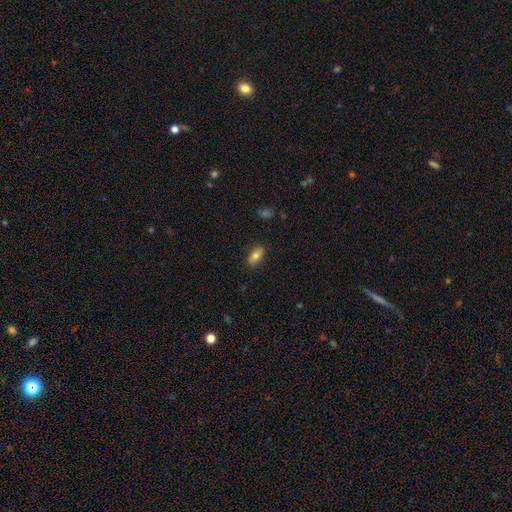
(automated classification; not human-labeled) This is likely a smooth galaxy (77%). How rounded: clearly in between (87%). Merging: clearly none (85%).